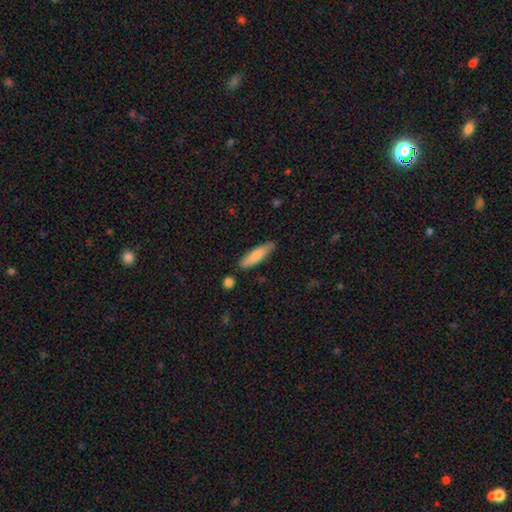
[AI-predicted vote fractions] A smooth galaxy with no disk features (79%) that is cigar-shaped (70%).

Vote fractions:
- Smooth or featured? smooth: 79% / featured or disk: 16% / star or artifact: 5%
- How rounded? cigar-shaped: 70% / in between: 28% / round: 2%
- Merging? none: 81% / minor disturbance: 14% / merger: 3% / major disturbance: 2%